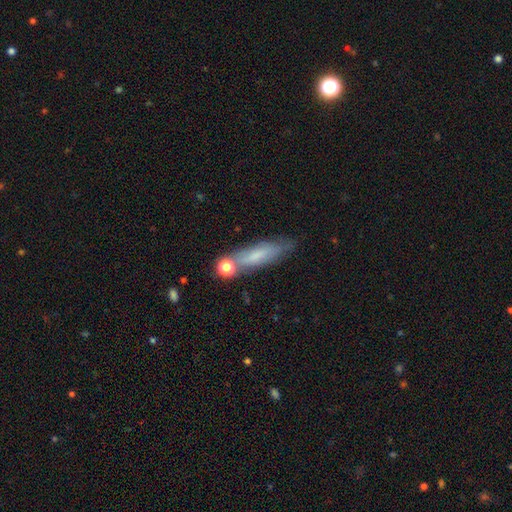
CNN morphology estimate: Smooth or featured: smooth — 60% (featured or disk — 30%)
How rounded: cigar-shaped — 66% (in between — 31%)
Merging: none — 63% (minor disturbance — 19%)